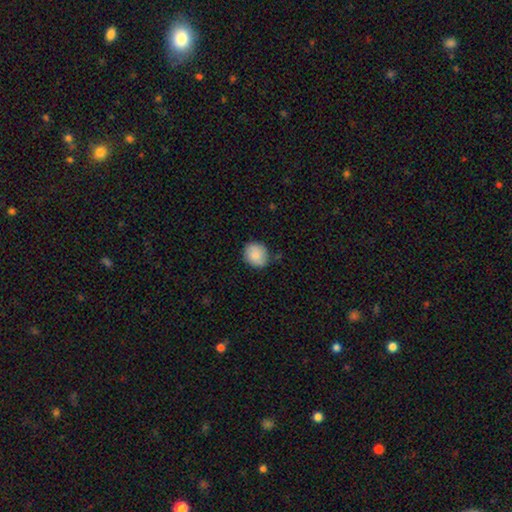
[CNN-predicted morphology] The model was most divided on "how rounded": round: 74%, in between: 25%, cigar-shaped: 1%. More confident: smooth or featured — smooth (85%); merging — none (77%).